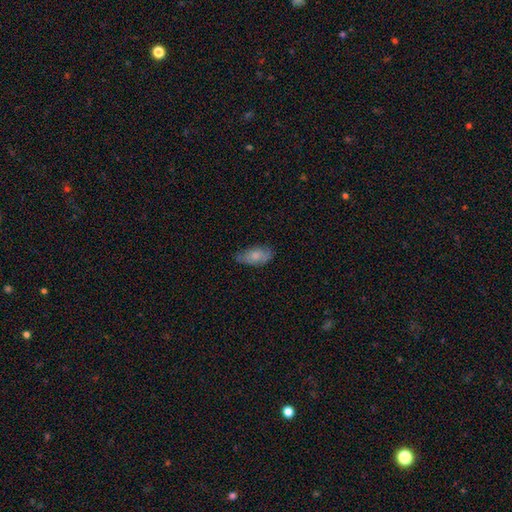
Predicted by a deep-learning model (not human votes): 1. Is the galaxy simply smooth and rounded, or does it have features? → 74% smooth, 19% featured or disk, 7% star or artifact.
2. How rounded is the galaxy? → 88% in between, 9% cigar-shaped, 3% round.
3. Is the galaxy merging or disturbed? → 69% none, 25% minor disturbance, 5% major disturbance, 1% merger.